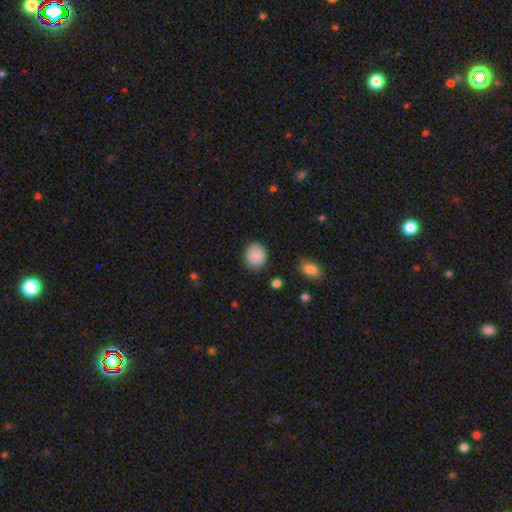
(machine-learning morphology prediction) Smooth or featured?
  - smooth: 88% *
  - star or artifact: 8%
  - featured or disk: 5%
How rounded?
  - round: 75% *
  - in between: 24%
  - cigar-shaped: 1%
Merging?
  - none: 83% *
  - minor disturbance: 12%
  - major disturbance: 3%
  - merger: 2%